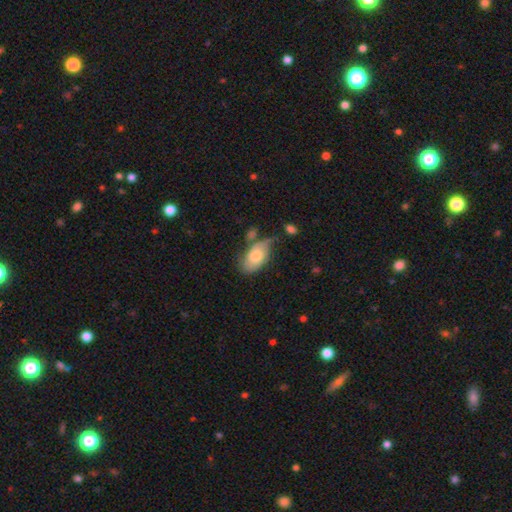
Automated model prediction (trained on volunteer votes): A smooth galaxy with no disk features (67%) that is in between round and cigar-shaped (93%).

Vote fractions:
- Smooth or featured? smooth: 67% / featured or disk: 26% / star or artifact: 7%
- How rounded? in between: 93% / round: 5% / cigar-shaped: 3%
- Merging? none: 45% / minor disturbance: 30% / major disturbance: 13% / merger: 12%